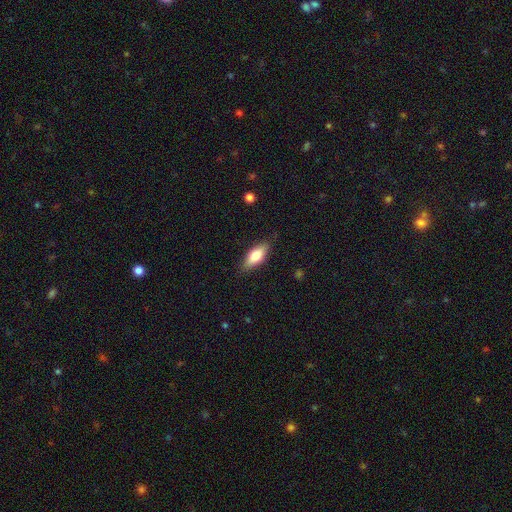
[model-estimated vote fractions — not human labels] smooth_or_featured: smooth (p=0.70) [alt: featured or disk p=0.23]
how_rounded: in between (p=0.72) [alt: cigar-shaped p=0.25]
merging: none (p=0.83) [alt: minor disturbance p=0.13]